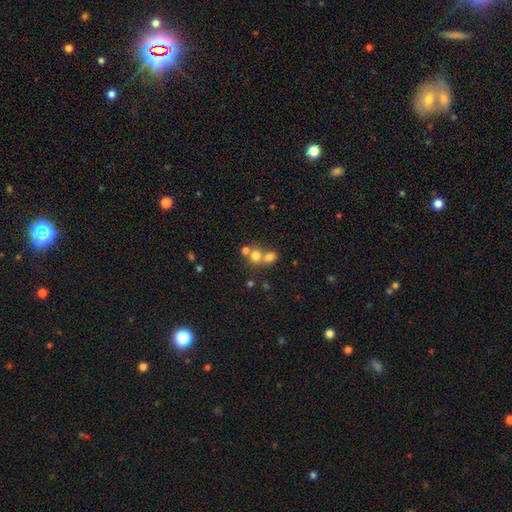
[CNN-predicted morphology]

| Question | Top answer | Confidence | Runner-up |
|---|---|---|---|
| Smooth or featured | smooth | 70% | star or artifact (15%) |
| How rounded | round | 74% | in between (25%) |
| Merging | merger | 58% | none (33%) |